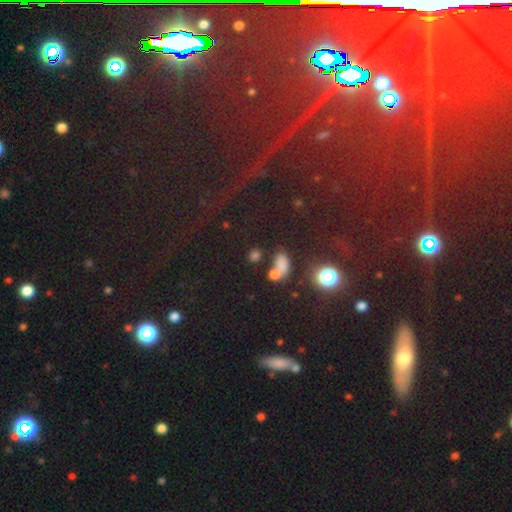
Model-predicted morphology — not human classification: Smooth or featured? Predicted: smooth (p=0.54). How rounded? Predicted: in between (p=0.55). Merging? Predicted: none (p=0.62).